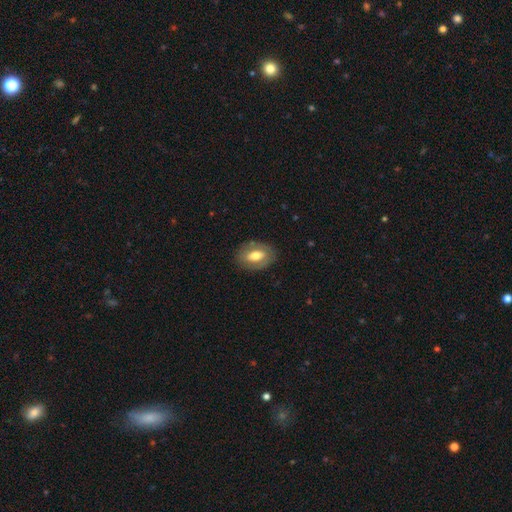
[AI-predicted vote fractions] smooth-or-featured: smooth: 51% | featured or disk: 43% | star or artifact: 6%
  how-rounded: in between: 86% | round: 12% | cigar-shaped: 2%
  merging: none: 81% | minor disturbance: 13% | major disturbance: 5% | merger: 1%